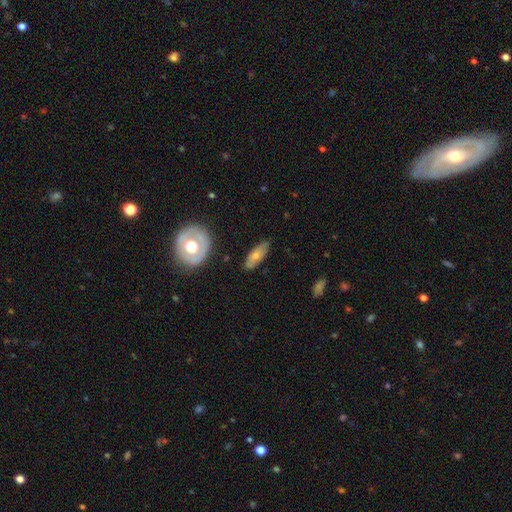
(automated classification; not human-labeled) smooth 59%, featured or disk 34%, star or artifact 7%. Down the decision tree: how rounded — in between (68%); merging — none (77%).